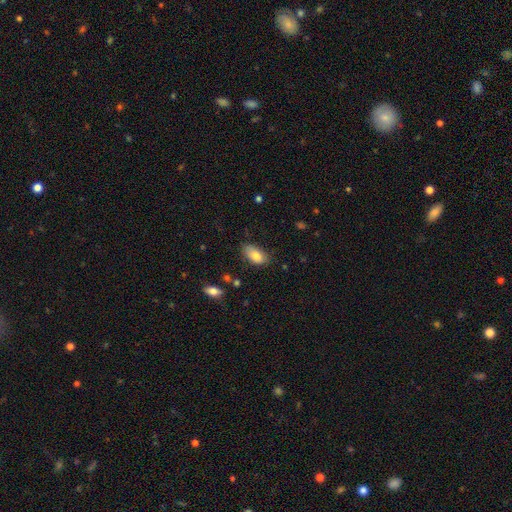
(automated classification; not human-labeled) A smooth galaxy with no disk features (83%) that is in between round and cigar-shaped (92%). Merging: none (71%).